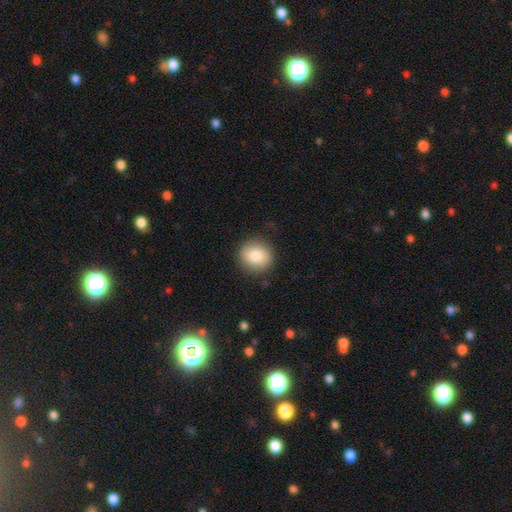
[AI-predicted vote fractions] smooth-or-featured: smooth: 84% | featured or disk: 9% | star or artifact: 8%
  how-rounded: round: 86% | in between: 13% | cigar-shaped: 1%
  merging: none: 86% | minor disturbance: 10% | major disturbance: 3% | merger: 1%